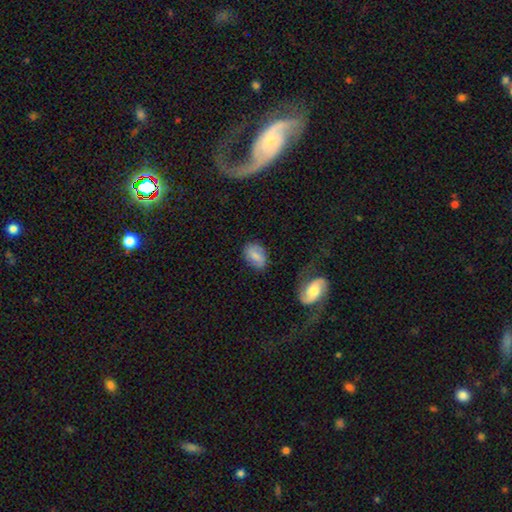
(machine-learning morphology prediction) This is likely a smooth galaxy (65%). How rounded: clearly in between (84%). Merging: likely none (71%).